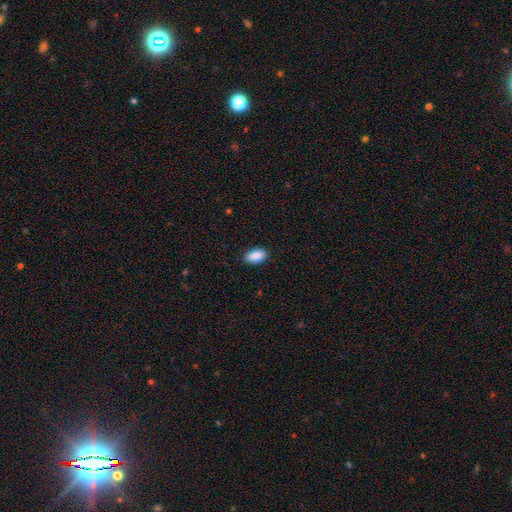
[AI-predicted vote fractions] smooth_or_featured: smooth (p=0.90) [alt: star or artifact p=0.06]
how_rounded: in between (p=0.94) [alt: round p=0.04]
merging: none (p=0.89) [alt: minor disturbance p=0.08]